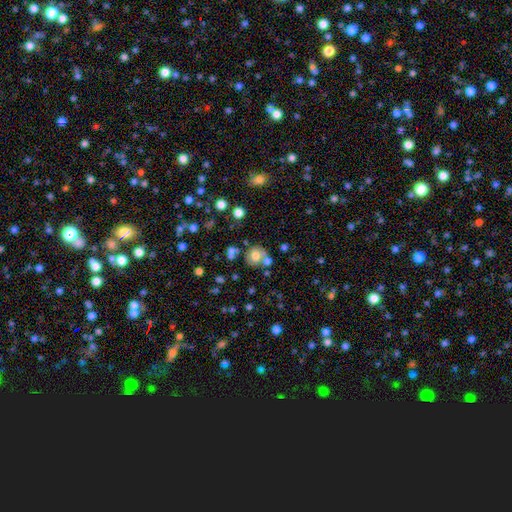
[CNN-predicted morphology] smooth_or_featured: smooth (p=0.69) [alt: featured or disk p=0.18]
how_rounded: round (p=0.80) [alt: in between p=0.19]
merging: none (p=0.56) [alt: merger p=0.26]